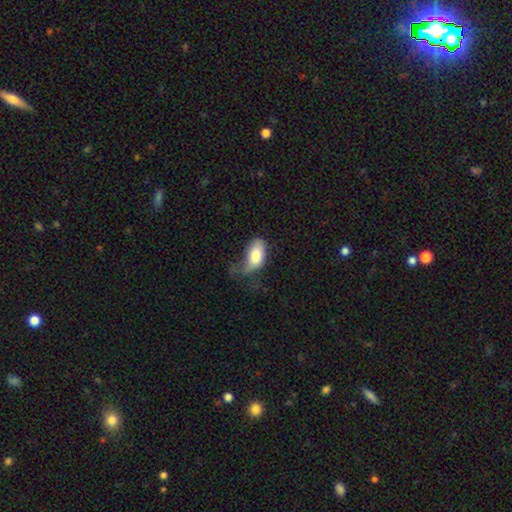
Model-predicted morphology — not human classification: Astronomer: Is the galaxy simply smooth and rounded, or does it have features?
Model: smooth — 79%.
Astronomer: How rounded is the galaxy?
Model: in between — 93%.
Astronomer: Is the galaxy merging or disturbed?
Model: major disturbance — 39% (runner-up: minor disturbance, 34%).